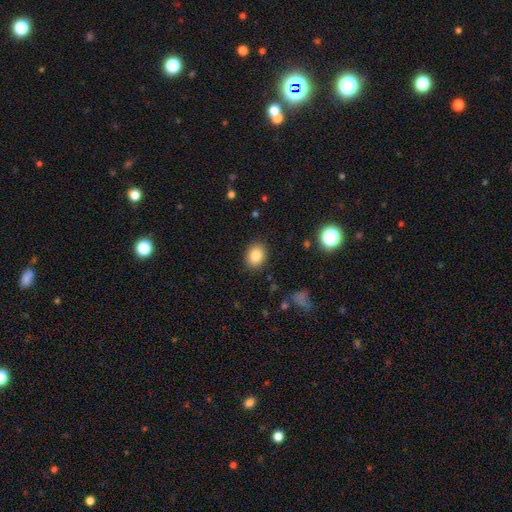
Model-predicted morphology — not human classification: Smooth or featured? Predicted: smooth (p=0.84). How rounded? Predicted: round (p=0.51). Merging? Predicted: none (p=0.89).